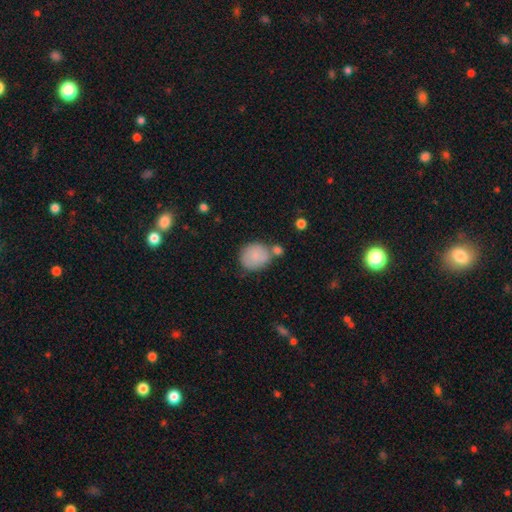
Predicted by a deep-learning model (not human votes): A smooth galaxy with no disk features (84%) that is round (74%). Merging: none (52%).